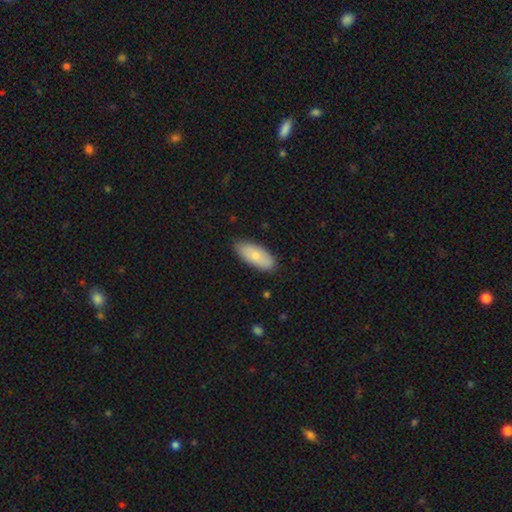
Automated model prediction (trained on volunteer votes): A smooth galaxy with no disk features (76%) that is in between round and cigar-shaped (87%).

Vote fractions:
- Smooth or featured? smooth: 76% / featured or disk: 18% / star or artifact: 6%
- How rounded? in between: 87% / cigar-shaped: 11% / round: 2%
- Merging? none: 82% / minor disturbance: 15% / major disturbance: 2% / merger: 1%